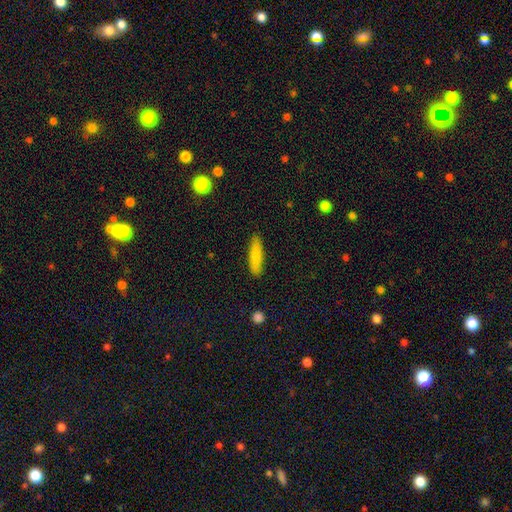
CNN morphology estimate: Q: Smooth or featured?
A: smooth (82%); runner-up: featured or disk (12%)
Q: How rounded?
A: cigar-shaped (77%); runner-up: in between (21%)
Q: Merging?
A: none (87%); runner-up: minor disturbance (9%)